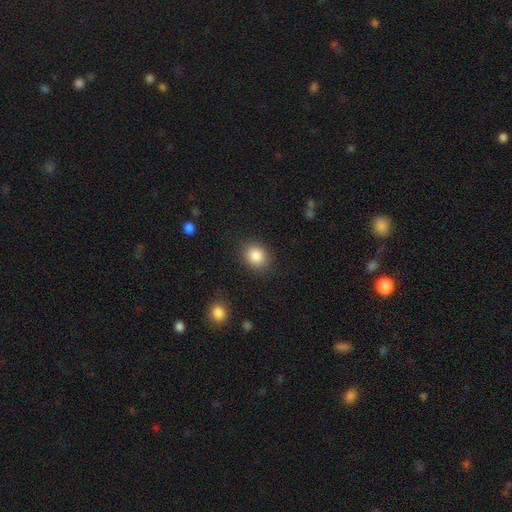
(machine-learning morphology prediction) smooth-or-featured: smooth: 86% | star or artifact: 9% | featured or disk: 5%
  how-rounded: round: 62% | in between: 38% | cigar-shaped: 1%
  merging: none: 87% | minor disturbance: 9% | major disturbance: 3% | merger: 1%